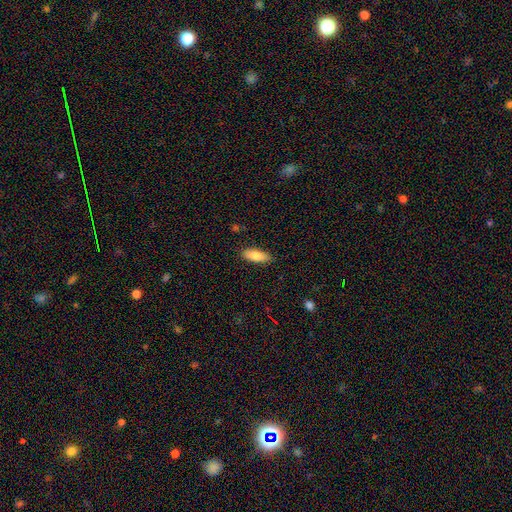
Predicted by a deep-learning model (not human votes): The model was most divided on "how rounded": in between: 70%, cigar-shaped: 28%, round: 2%. More confident: merging — none (87%); smooth or featured — smooth (82%).